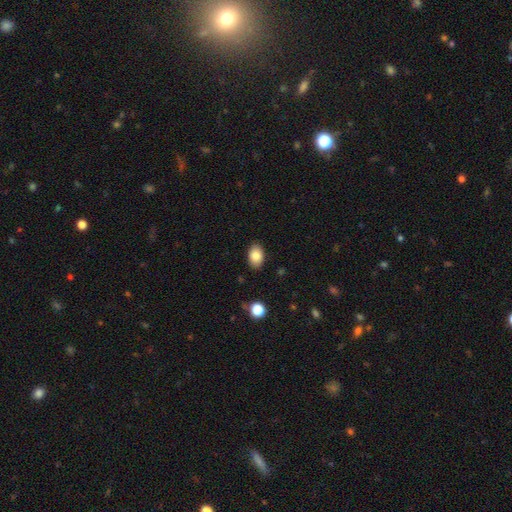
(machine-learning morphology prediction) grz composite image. It shows a smooth galaxy with no disk features (84%) that is in between round and cigar-shaped (87%). Merging: none (87%).